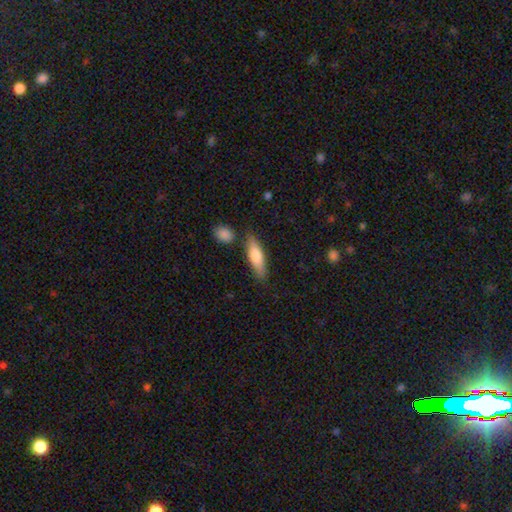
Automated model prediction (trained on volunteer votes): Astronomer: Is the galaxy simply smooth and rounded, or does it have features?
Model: smooth — 72%.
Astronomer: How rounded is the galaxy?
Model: cigar-shaped — 57% (runner-up: in between, 41%).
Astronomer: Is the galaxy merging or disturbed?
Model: none — 80%.